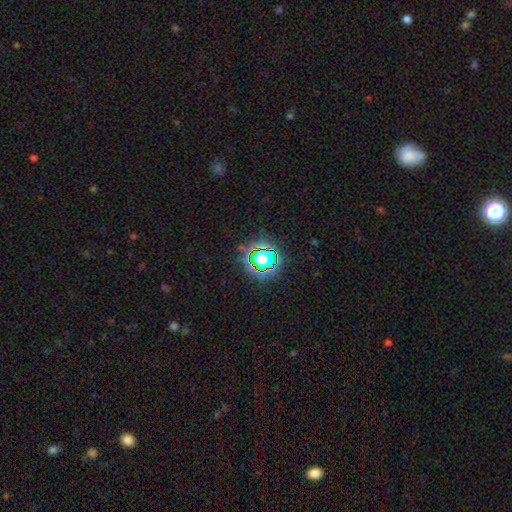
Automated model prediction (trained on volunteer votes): Smooth or featured?
  - star or artifact: 62% *
  - smooth: 26%
  - featured or disk: 12%